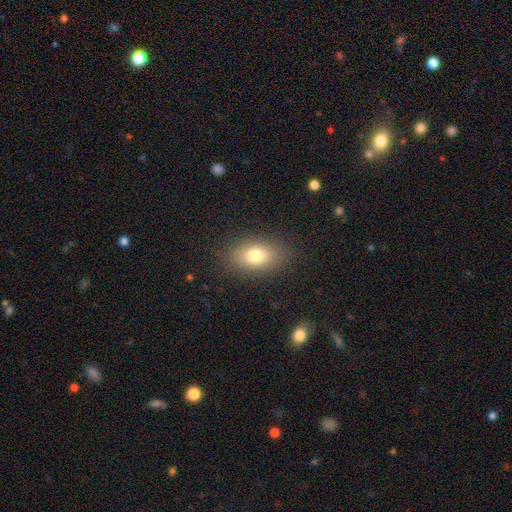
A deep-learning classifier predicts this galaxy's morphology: Smooth or featured? Predicted: smooth (p=0.77). How rounded? Predicted: in between (p=0.85). Merging? Predicted: none (p=0.86).